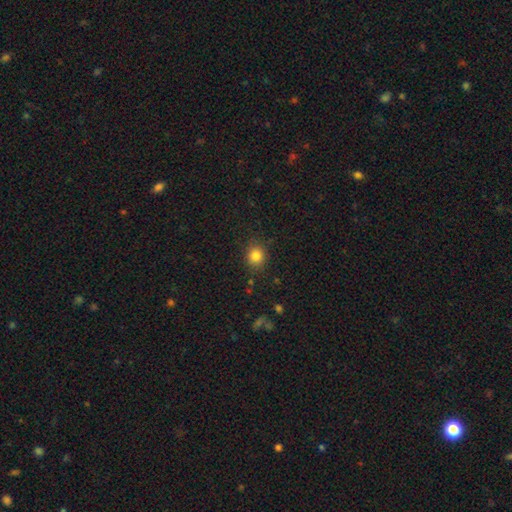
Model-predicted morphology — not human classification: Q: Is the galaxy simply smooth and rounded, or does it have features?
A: smooth — 84%.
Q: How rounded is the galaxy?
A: round — 77%.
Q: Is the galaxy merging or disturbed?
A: none — 85%.